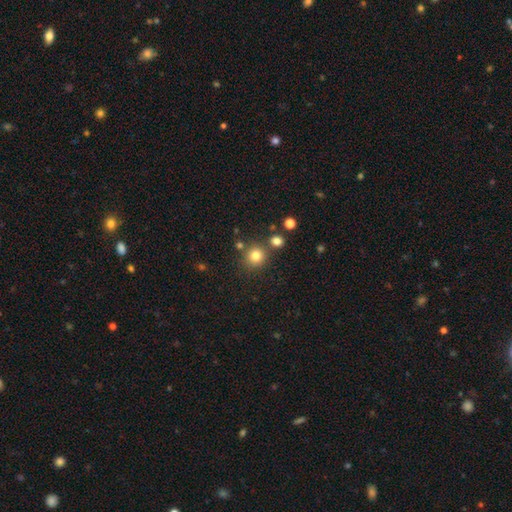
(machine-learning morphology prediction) Smooth or featured?
  - smooth: 80% *
  - star or artifact: 14%
  - featured or disk: 7%
How rounded?
  - round: 91% *
  - in between: 8%
  - cigar-shaped: 1%
Merging?
  - none: 78% *
  - merger: 11%
  - minor disturbance: 8%
  - major disturbance: 3%